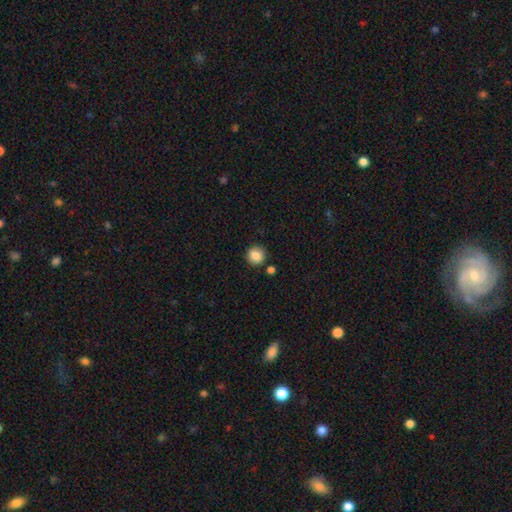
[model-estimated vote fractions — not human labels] Overall: smooth (87%). How rounded: round (90%). Merging: none (84%).